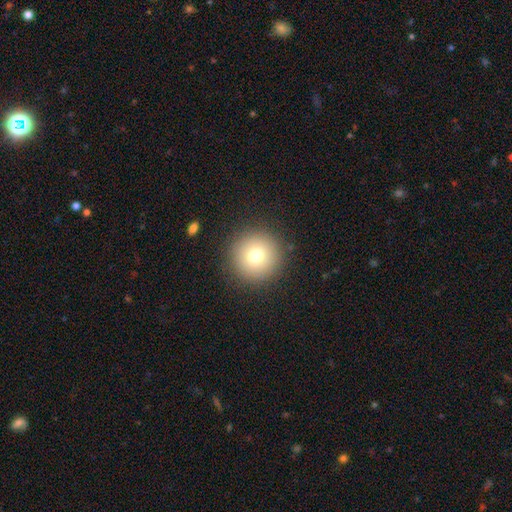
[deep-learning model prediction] A smooth galaxy with no disk features (75%) that is round (96%).

Vote fractions:
- Smooth or featured? smooth: 75% / star or artifact: 13% / featured or disk: 12%
- How rounded? round: 96% / in between: 3% / cigar-shaped: 1%
- Merging? none: 91% / minor disturbance: 6% / major disturbance: 3% / merger: 1%